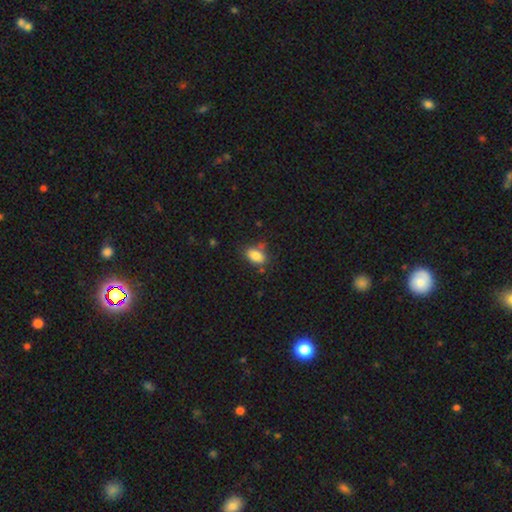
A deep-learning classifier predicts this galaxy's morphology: Q: Smooth or featured?
A: smooth (84%); runner-up: star or artifact (9%)
Q: How rounded?
A: in between (86%); runner-up: round (11%)
Q: Merging?
A: none (70%); runner-up: minor disturbance (20%)